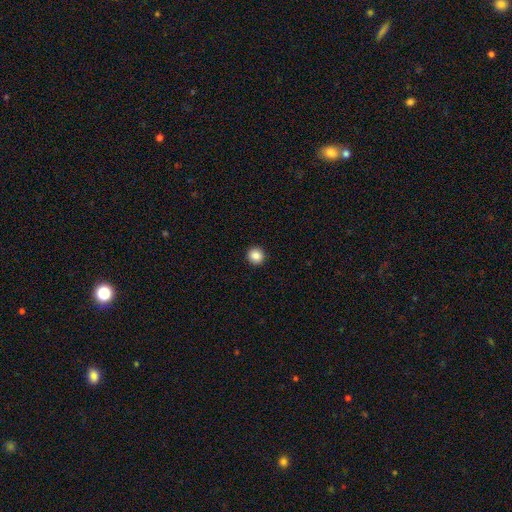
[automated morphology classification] The model was most divided on "smooth or featured": smooth: 87%, star or artifact: 9%, featured or disk: 4%. More confident: how rounded — round (94%); merging — none (93%).